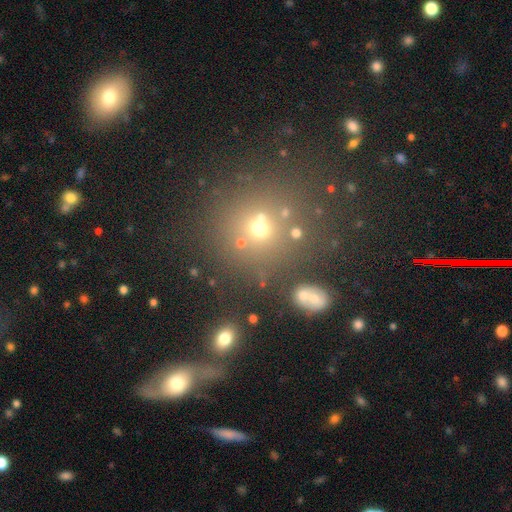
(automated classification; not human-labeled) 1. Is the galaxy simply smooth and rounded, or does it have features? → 45% smooth, 40% star or artifact, 15% featured or disk.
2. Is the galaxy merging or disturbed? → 71% none, 13% merger, 11% minor disturbance, 6% major disturbance.